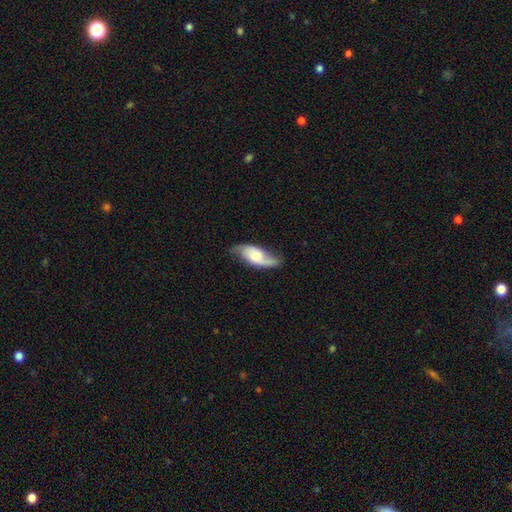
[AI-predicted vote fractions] A featured or disk galaxy (65%) with no bar (61%), 2 (84%) loose (56%) spiral arms (92%) and a moderate central bulge (38%). Merging: none (67%).